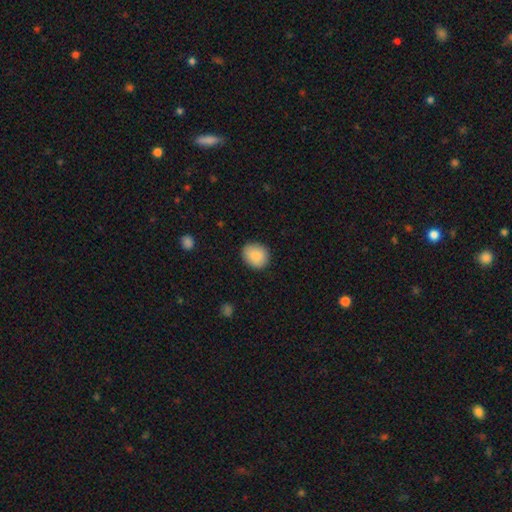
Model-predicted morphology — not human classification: This appears to be a smooth galaxy with no disk features (87%) that is round (68%). Merging: none (88%).